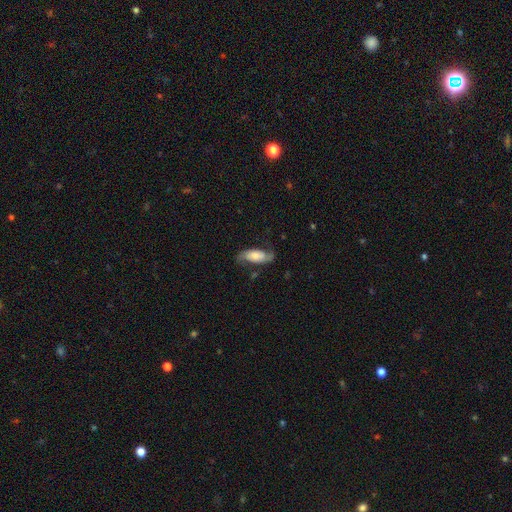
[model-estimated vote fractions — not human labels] Smooth or featured: featured or disk — 65% (smooth — 28%)
Edge-on disk: no — 91% (yes — 9%)
Bar: no — 61% (weak — 27%)
Spiral arms: yes — 91% (no — 9%)
Spiral winding: loose — 48% (medium — 36%)
Spiral arm count: 2 — 89% (can't tell — 5%)
Bulge size: moderate — 34% (small — 28%)
Merging: none — 68% (minor disturbance — 19%)